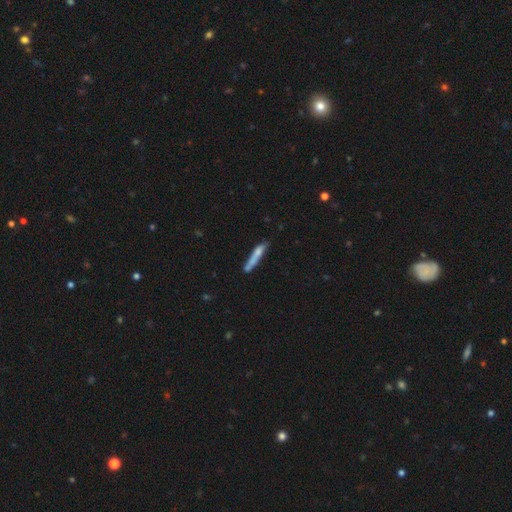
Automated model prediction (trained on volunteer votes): Overall: smooth (64%; featured or disk 29%). How rounded: cigar-shaped (92%). Merging: none (62%; minor disturbance 22%).